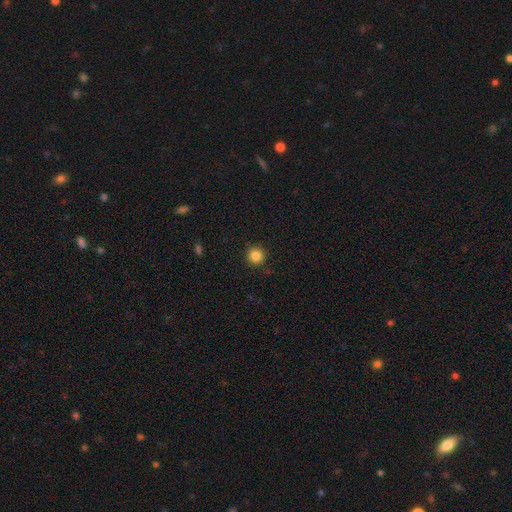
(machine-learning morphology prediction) Q: Smooth or featured?
A: smooth (85%); runner-up: star or artifact (11%)
Q: How rounded?
A: round (95%); runner-up: in between (4%)
Q: Merging?
A: none (91%); runner-up: minor disturbance (6%)